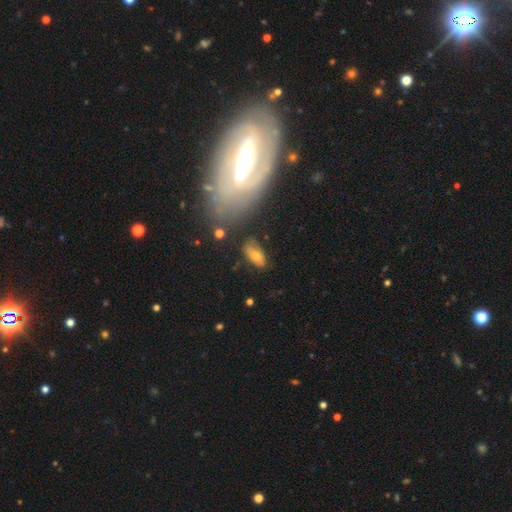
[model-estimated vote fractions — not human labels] smooth_or_featured: smooth (p=0.68) [alt: featured or disk p=0.22]
how_rounded: in between (p=0.90) [alt: cigar-shaped p=0.06]
merging: none (p=0.63) [alt: minor disturbance p=0.24]